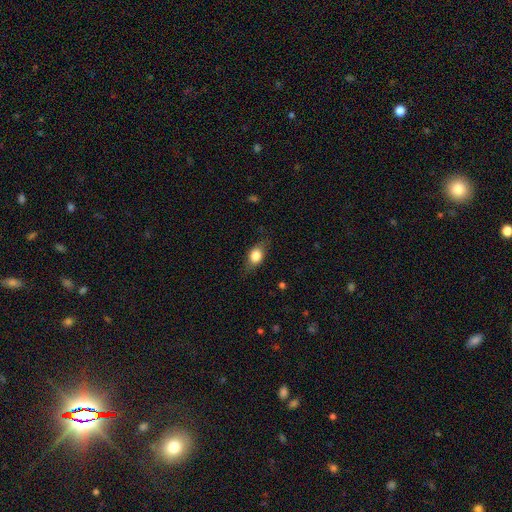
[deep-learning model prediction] Smooth or featured? Predicted: smooth (p=0.74). How rounded? Predicted: in between (p=0.68). Merging? Predicted: none (p=0.75).